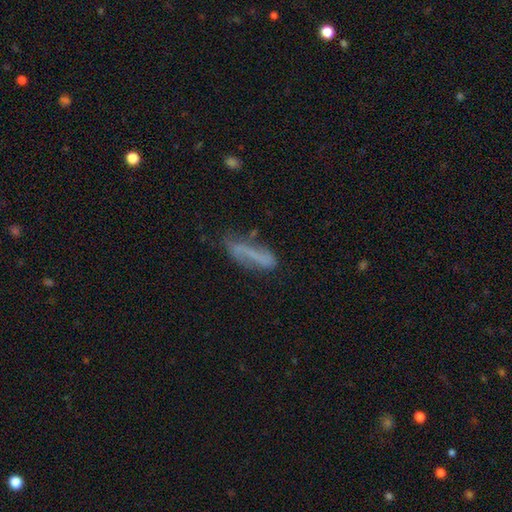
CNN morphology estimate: This appears to be a smooth galaxy with no disk features (48%). Merging: none (51%).